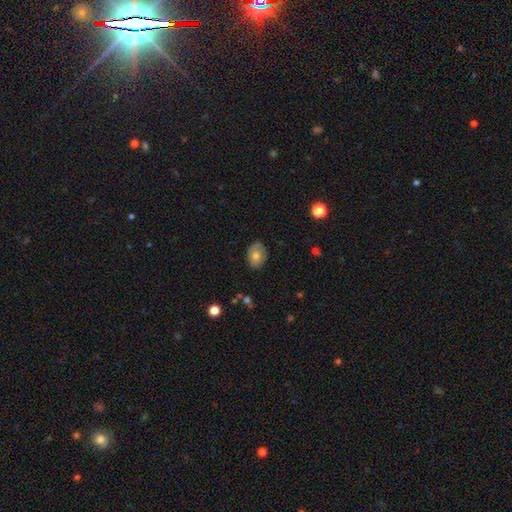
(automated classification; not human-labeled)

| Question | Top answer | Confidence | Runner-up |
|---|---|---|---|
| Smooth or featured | smooth | 74% | featured or disk (19%) |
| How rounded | in between | 75% | round (24%) |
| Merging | none | 83% | minor disturbance (14%) |